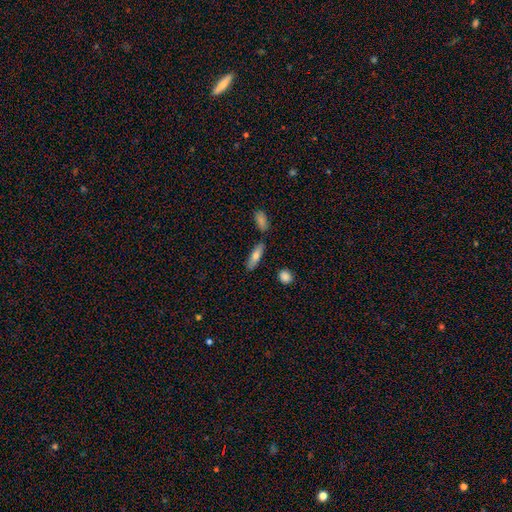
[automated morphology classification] A smooth galaxy with no disk features (70%) that is cigar-shaped (50%). Merging: none (81%).